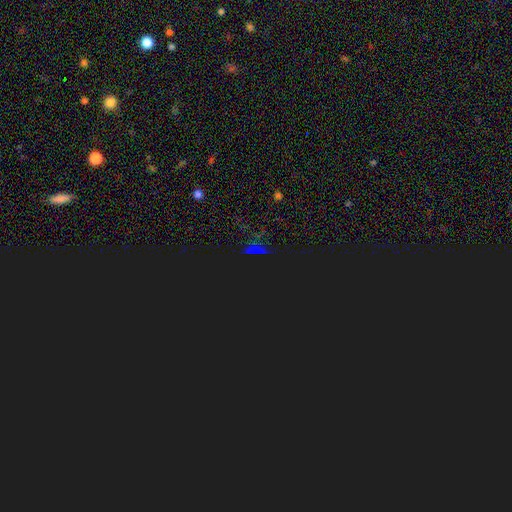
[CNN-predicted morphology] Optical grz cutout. It shows a star or artifact, not a galaxy (80%).